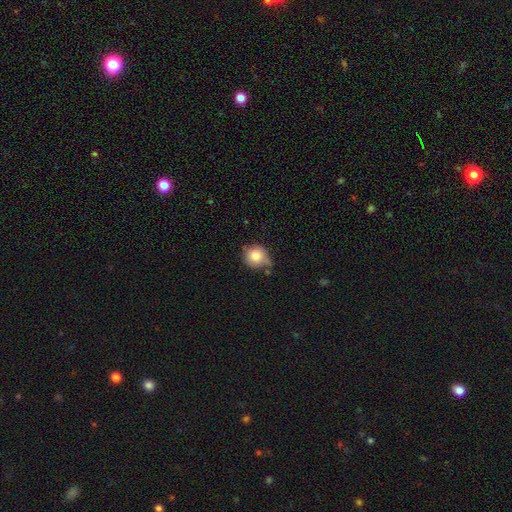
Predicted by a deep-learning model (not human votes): smooth-or-featured: smooth: 80% | featured or disk: 10% | star or artifact: 9%
  how-rounded: round: 89% | in between: 10% | cigar-shaped: 1%
  merging: none: 58% | minor disturbance: 28% | merger: 8% | major disturbance: 7%